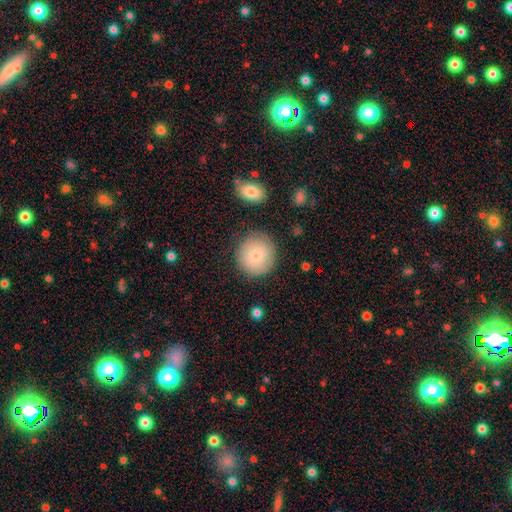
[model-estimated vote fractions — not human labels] The model was most divided on "smooth or featured": smooth: 79%, featured or disk: 14%, star or artifact: 7%. More confident: how rounded — round (92%); merging — none (83%).